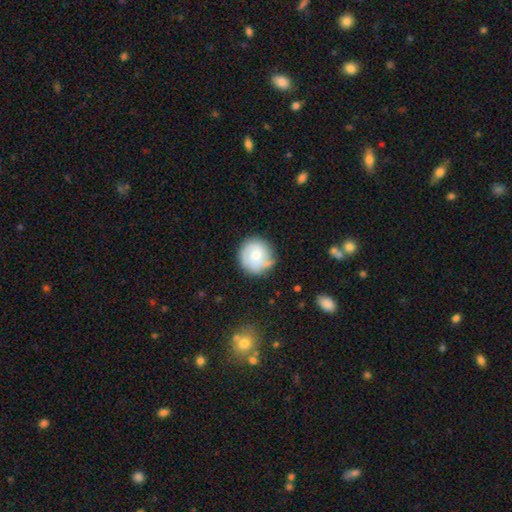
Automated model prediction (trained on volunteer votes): Smooth or featured? Predicted: smooth (p=0.50). Merging? Predicted: none (p=0.72).